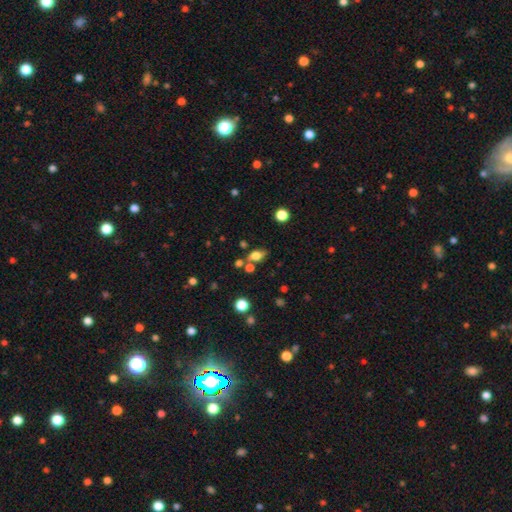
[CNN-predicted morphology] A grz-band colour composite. It shows a smooth galaxy with no disk features (70%) that is in between round and cigar-shaped (76%). Merging: none (60%).